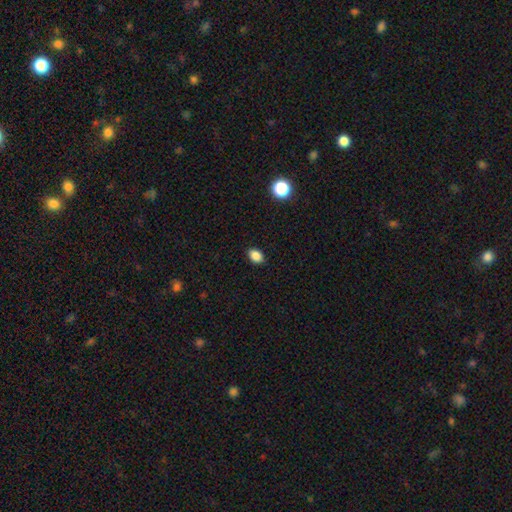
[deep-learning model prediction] Smooth or featured: smooth — 86% (star or artifact — 10%)
How rounded: in between — 75% (round — 24%)
Merging: none — 89% (minor disturbance — 8%)